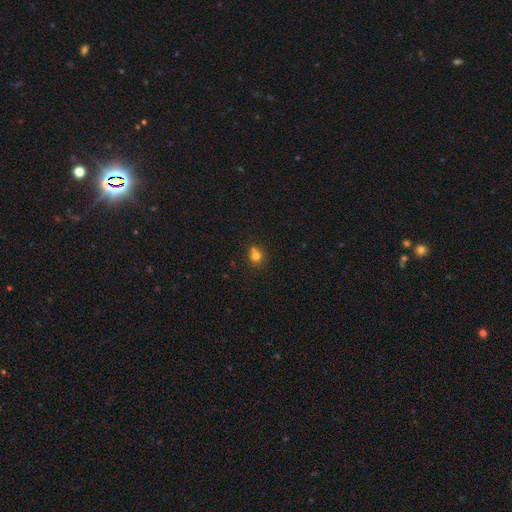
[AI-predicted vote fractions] A smooth galaxy with no disk features (77%) that is round (82%).

Vote fractions:
- Smooth or featured? smooth: 77% / star or artifact: 14% / featured or disk: 10%
- How rounded? round: 82% / in between: 17% / cigar-shaped: 1%
- Merging? none: 59% / merger: 27% / minor disturbance: 11% / major disturbance: 3%